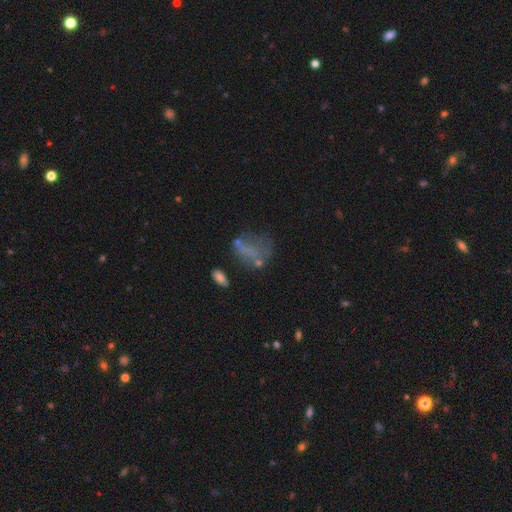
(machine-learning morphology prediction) The model was most divided on "merging": none: 36%, major disturbance: 33%, minor disturbance: 21%, merger: 10%. Remaining: smooth or featured — smooth (49%).